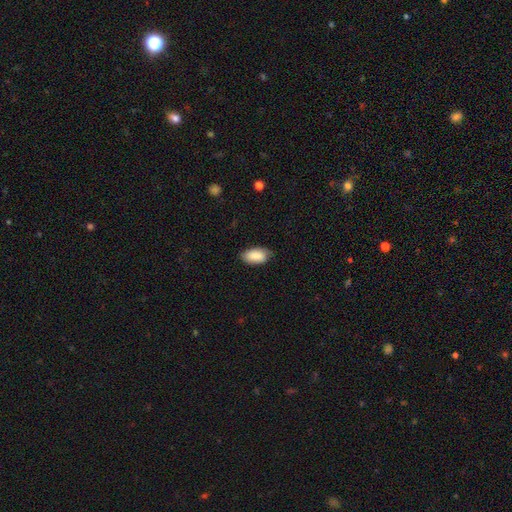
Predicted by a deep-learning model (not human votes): Q: Smooth or featured?
A: smooth (87%); runner-up: featured or disk (7%)
Q: How rounded?
A: in between (94%); runner-up: cigar-shaped (3%)
Q: Merging?
A: none (75%); runner-up: minor disturbance (20%)